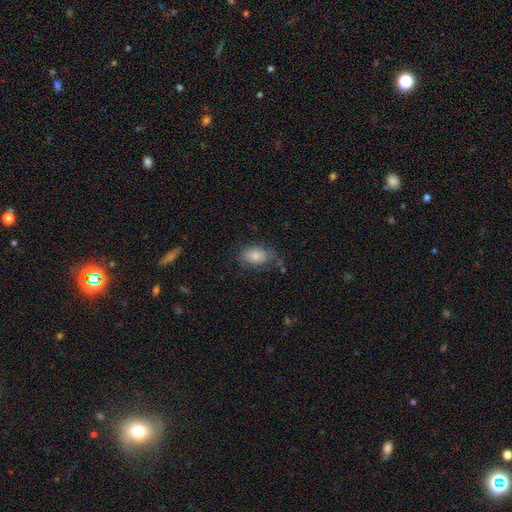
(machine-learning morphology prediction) Smooth or featured: smooth — 77% (featured or disk — 15%)
How rounded: in between — 87% (round — 11%)
Merging: none — 53% (minor disturbance — 30%)